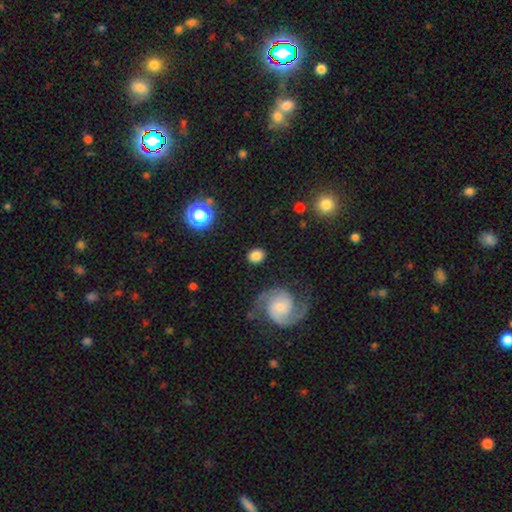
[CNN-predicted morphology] This is likely a smooth galaxy (75%). How rounded: likely round (63%). Merging: clearly none (83%).